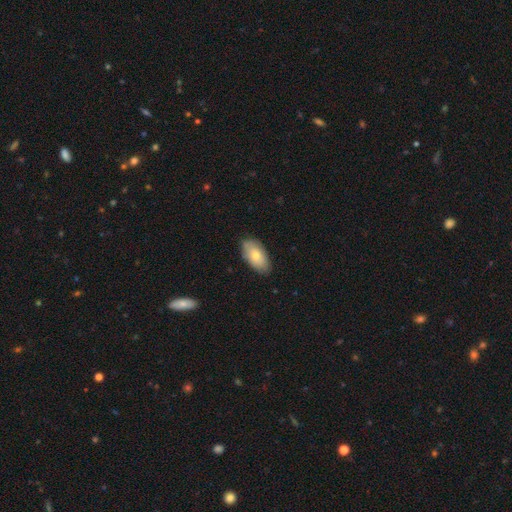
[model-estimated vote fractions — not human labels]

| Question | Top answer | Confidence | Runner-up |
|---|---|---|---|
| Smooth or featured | smooth | 72% | featured or disk (22%) |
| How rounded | in between | 94% | round (3%) |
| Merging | none | 81% | minor disturbance (15%) |